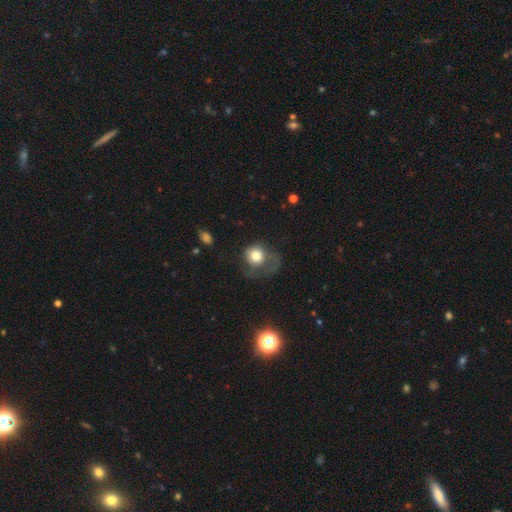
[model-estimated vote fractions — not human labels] Smooth or featured? smooth (72%)
How rounded? round (77%)
Merging? major disturbance (48%)